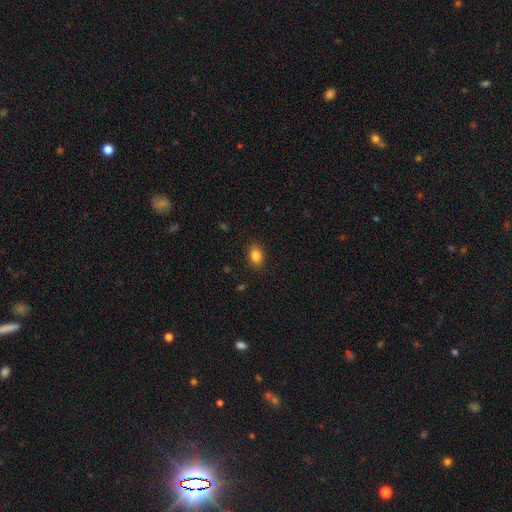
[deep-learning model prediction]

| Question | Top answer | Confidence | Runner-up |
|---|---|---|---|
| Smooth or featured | smooth | 85% | star or artifact (9%) |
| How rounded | in between | 77% | round (22%) |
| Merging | none | 88% | minor disturbance (9%) |